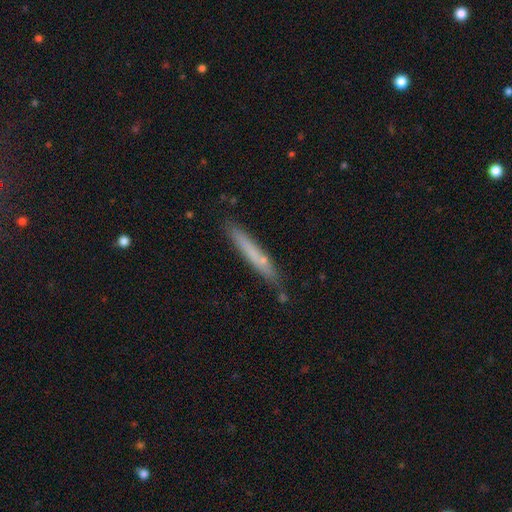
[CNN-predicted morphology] Smooth or featured? smooth (56%)
How rounded? cigar-shaped (96%)
Merging? none (83%)